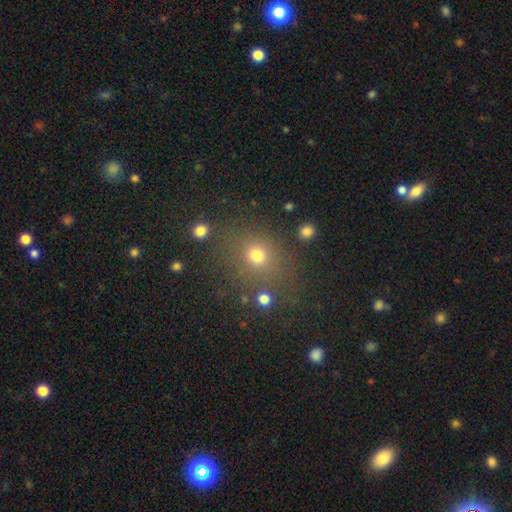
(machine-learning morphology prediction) The model was most divided on "how rounded": round: 74%, in between: 24%, cigar-shaped: 2%. More confident: merging — none (74%); smooth or featured — smooth (71%).